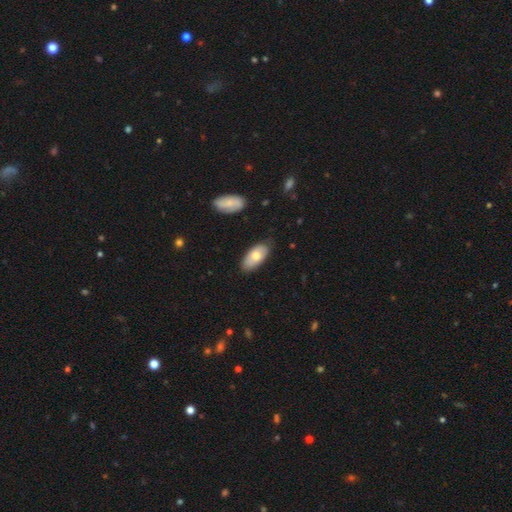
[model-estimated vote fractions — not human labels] This appears to be a smooth galaxy with no disk features (70%) that is in between round and cigar-shaped (93%). Merging: none (78%).